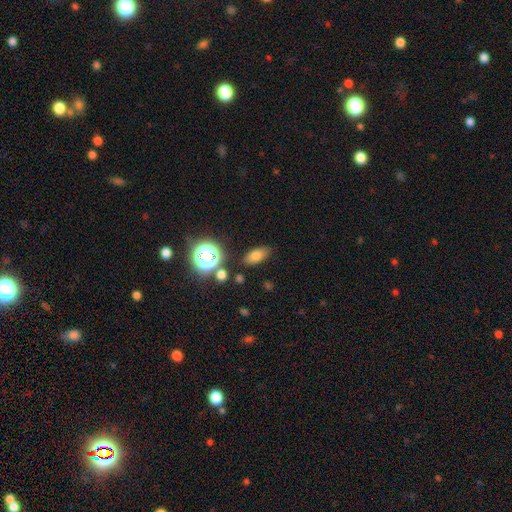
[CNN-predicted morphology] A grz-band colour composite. It shows a smooth galaxy with no disk features (70%) that is in between round and cigar-shaped (80%). Merging: none (81%).